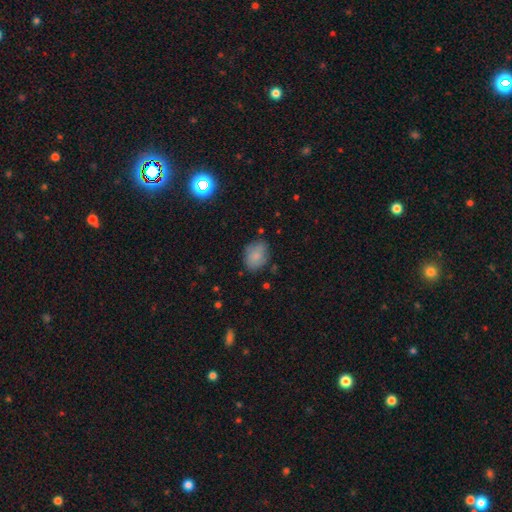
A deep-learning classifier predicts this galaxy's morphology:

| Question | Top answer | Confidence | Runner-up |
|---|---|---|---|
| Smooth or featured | smooth | 83% | featured or disk (10%) |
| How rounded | in between | 68% | round (31%) |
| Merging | none | 75% | minor disturbance (18%) |